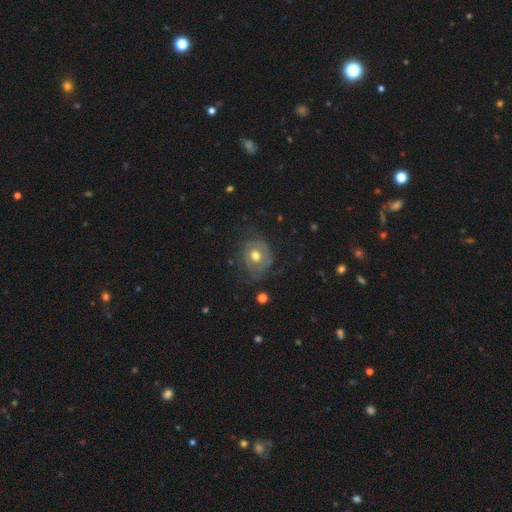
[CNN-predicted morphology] smooth_or_featured: featured or disk (p=0.56) [alt: smooth p=0.36]
disk_edge_on: no (p=0.96) [alt: yes p=0.04]
bar: no (p=0.81) [alt: weak p=0.16]
has_spiral_arms: yes (p=0.56) [alt: no p=0.44]
bulge_size: moderate (p=0.77) [alt: large p=0.14]
merging: none (p=0.57) [alt: minor disturbance p=0.24]